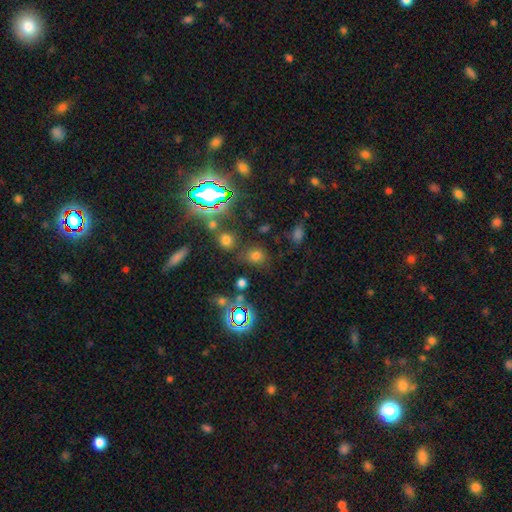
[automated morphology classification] Smooth or featured? Predicted: smooth (p=0.61). How rounded? Predicted: round (p=0.68). Merging? Predicted: none (p=0.72).